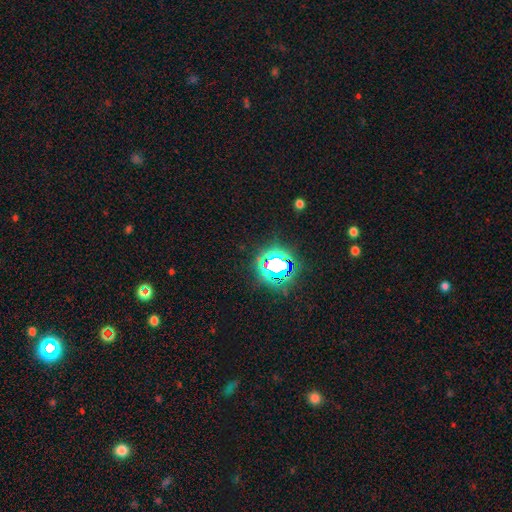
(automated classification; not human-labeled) Smooth or featured?
  - star or artifact: 78% *
  - smooth: 14%
  - featured or disk: 8%